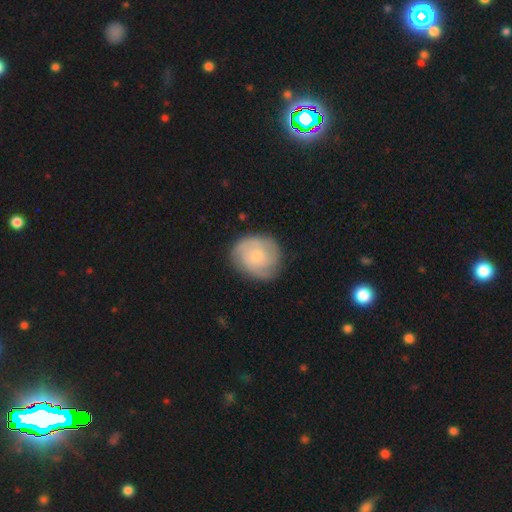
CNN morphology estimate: Smooth or featured? featured or disk (58%)
Edge-on disk? no (98%)
Bar? no (77%)
Spiral arms? yes (87%)
Bulge size? small (47%)
Merging? none (77%)